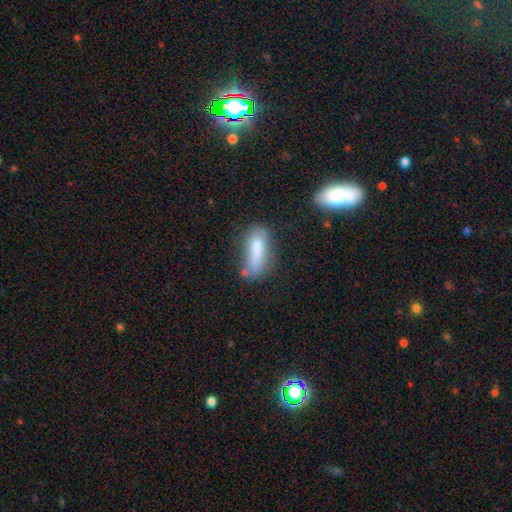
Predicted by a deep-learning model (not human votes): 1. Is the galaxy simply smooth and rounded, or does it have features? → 72% smooth, 19% featured or disk, 9% star or artifact.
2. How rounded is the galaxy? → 57% in between, 39% cigar-shaped, 3% round.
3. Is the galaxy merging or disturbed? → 43% none, 27% minor disturbance, 17% major disturbance, 13% merger.